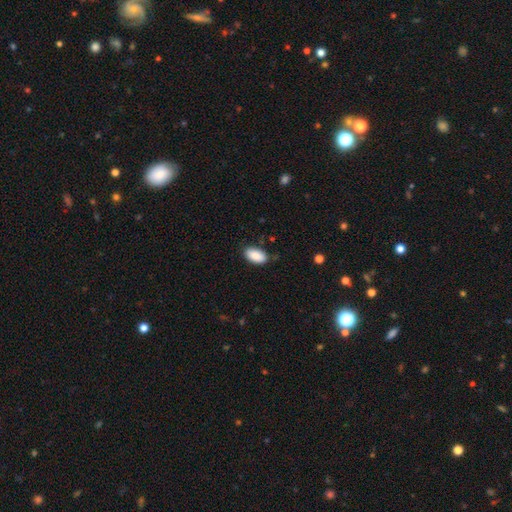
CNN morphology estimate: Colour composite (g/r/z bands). It shows a smooth galaxy with no disk features (90%) that is in between round and cigar-shaped (95%). Merging: none (83%).